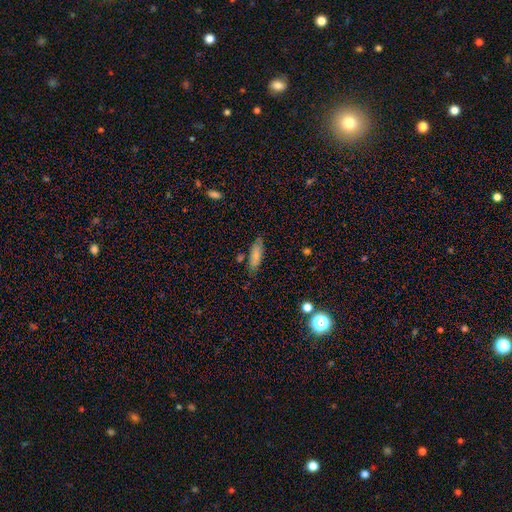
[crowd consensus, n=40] Smooth or featured? 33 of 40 (82%) said smooth. How rounded? 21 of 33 (64%) said cigar-shaped. Merging? 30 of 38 (79%) said none.